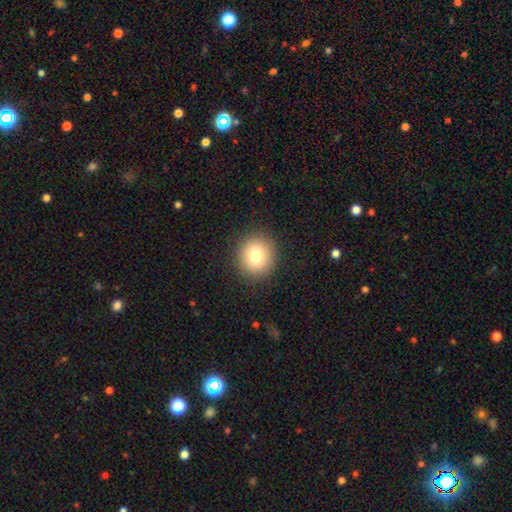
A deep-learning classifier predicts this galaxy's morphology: Smooth or featured? Predicted: smooth (p=0.78). How rounded? Predicted: round (p=0.83). Merging? Predicted: none (p=0.89).